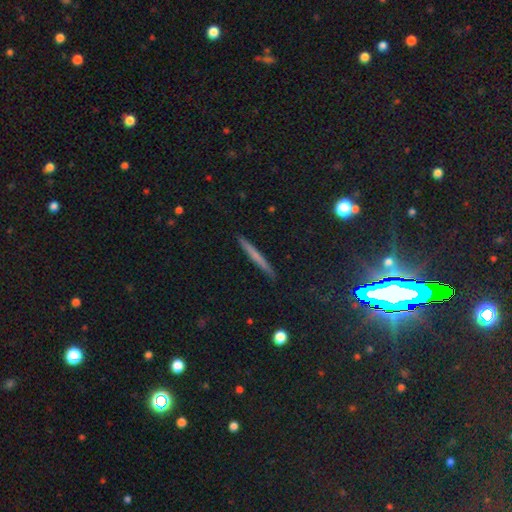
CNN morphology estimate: Smooth or featured: smooth — 57% (featured or disk — 34%)
How rounded: cigar-shaped — 96% (in between — 2%)
Merging: none — 92% (minor disturbance — 6%)